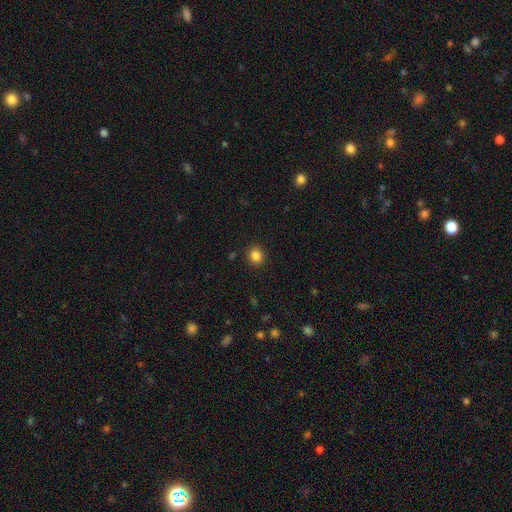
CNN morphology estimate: The model was most divided on "how rounded": round: 80%, in between: 19%, cigar-shaped: 1%. More confident: merging — none (91%); smooth or featured — smooth (85%).